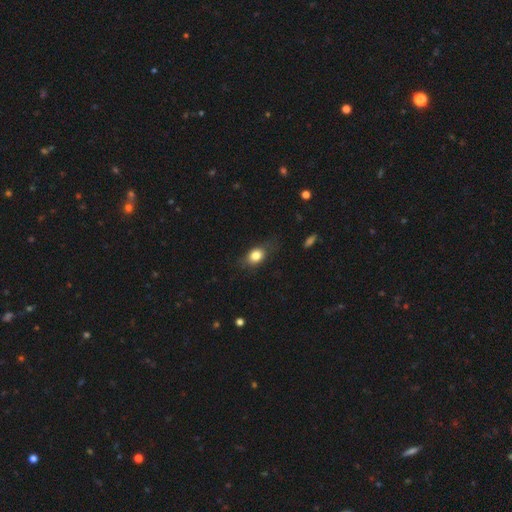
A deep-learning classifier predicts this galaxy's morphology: The model was most divided on "how rounded": in between: 67%, round: 31%, cigar-shaped: 3%. More confident: smooth or featured — smooth (81%); merging — none (71%).